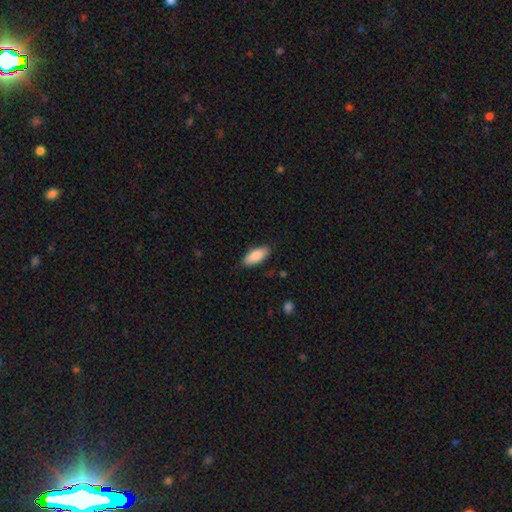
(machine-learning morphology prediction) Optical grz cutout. It shows a smooth galaxy with no disk features (86%) that is in between round and cigar-shaped (86%). Merging: none (85%).